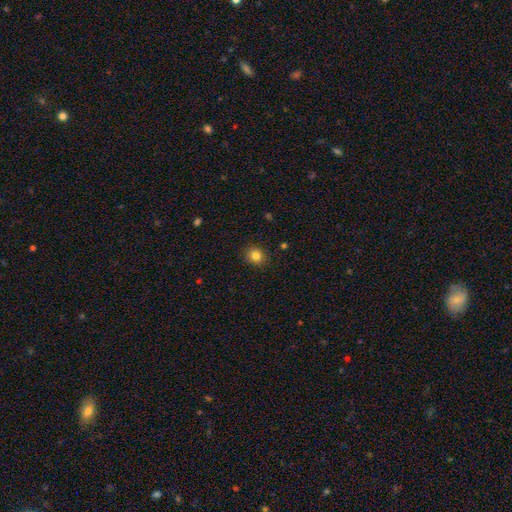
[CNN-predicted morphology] A smooth galaxy with no disk features (83%) that is round (82%).

Vote fractions:
- Smooth or featured? smooth: 83% / star or artifact: 11% / featured or disk: 6%
- How rounded? round: 82% / in between: 17% / cigar-shaped: 1%
- Merging? none: 90% / minor disturbance: 7% / major disturbance: 2% / merger: 1%